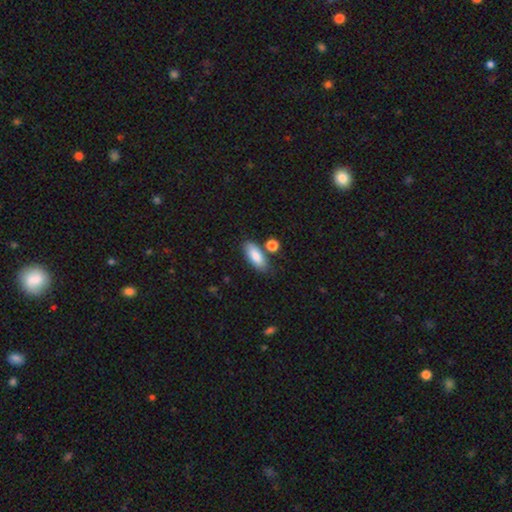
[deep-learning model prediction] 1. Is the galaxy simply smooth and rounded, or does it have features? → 83% smooth, 10% featured or disk, 7% star or artifact.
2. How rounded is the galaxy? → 80% in between, 17% cigar-shaped, 3% round.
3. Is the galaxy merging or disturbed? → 72% none, 14% minor disturbance, 11% merger, 4% major disturbance.